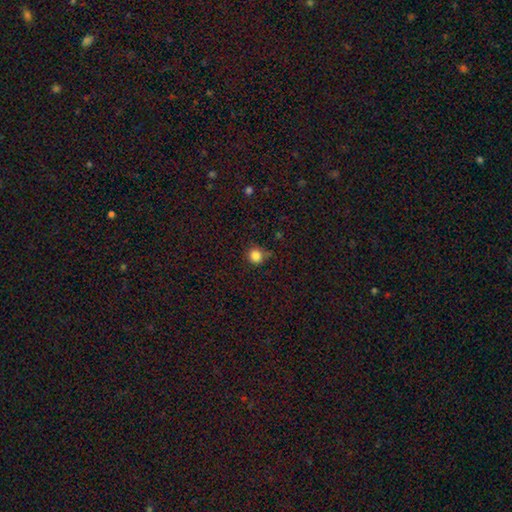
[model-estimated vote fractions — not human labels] smooth 84%, star or artifact 12%, featured or disk 4%. Down the decision tree: how rounded — round (90%); merging — none (73%).